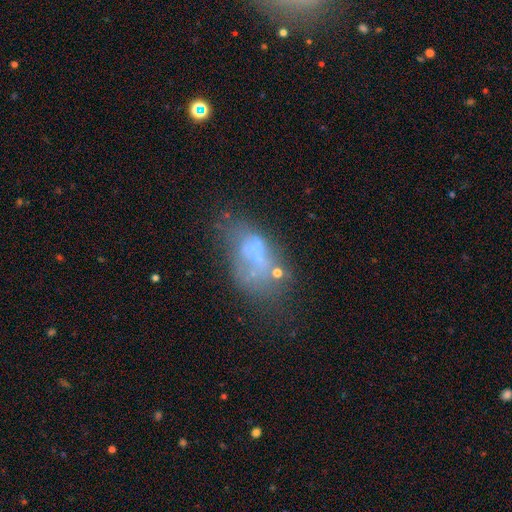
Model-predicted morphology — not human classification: This appears to be a featured or disk galaxy (47%). Merging: none (29%).